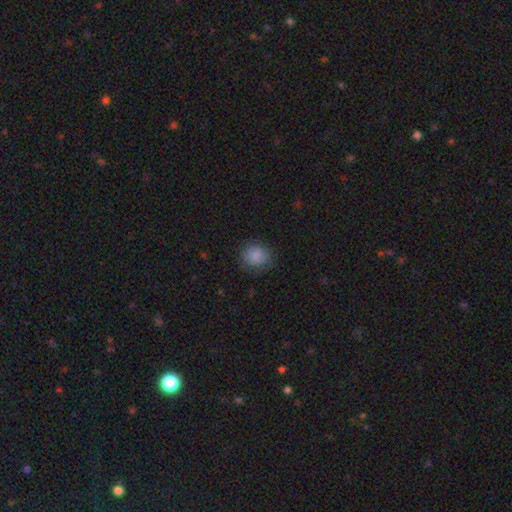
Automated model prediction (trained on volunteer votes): smooth-or-featured: smooth: 86% | star or artifact: 9% | featured or disk: 5%
  how-rounded: round: 70% | in between: 29% | cigar-shaped: 1%
  merging: none: 82% | minor disturbance: 13% | major disturbance: 4% | merger: 1%